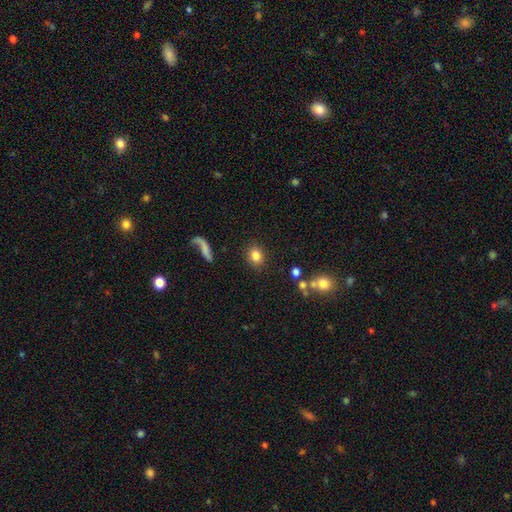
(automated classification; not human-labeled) Smooth or featured: smooth — 83% (star or artifact — 9%)
How rounded: round — 59% (in between — 39%)
Merging: none — 85% (minor disturbance — 8%)